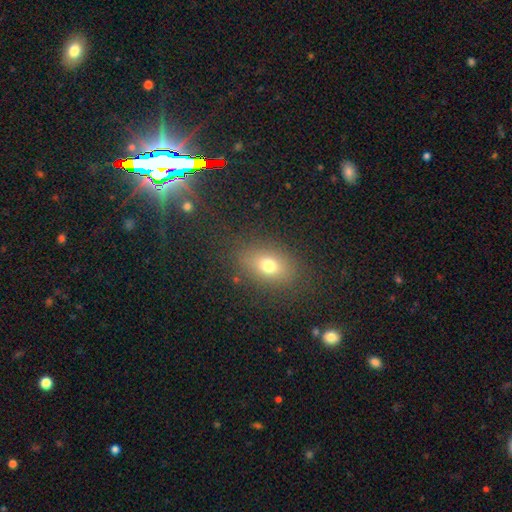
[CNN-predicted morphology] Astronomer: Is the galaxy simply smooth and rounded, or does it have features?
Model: smooth — 51% (runner-up: star or artifact, 34%).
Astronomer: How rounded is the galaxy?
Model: in between — 75%.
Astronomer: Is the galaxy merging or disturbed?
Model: none — 87%.